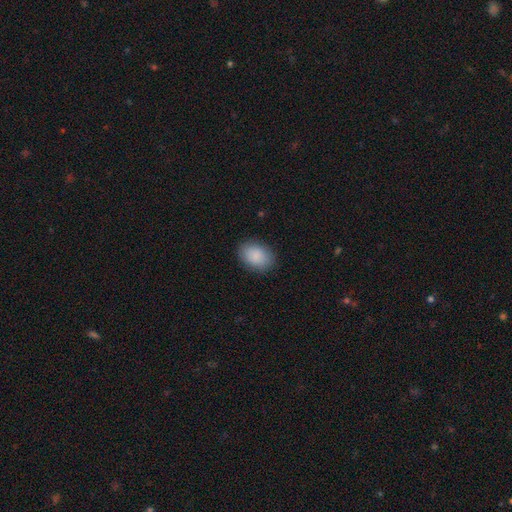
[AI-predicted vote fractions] Overall: smooth (89%). How rounded: in between (76%). Merging: none (87%).